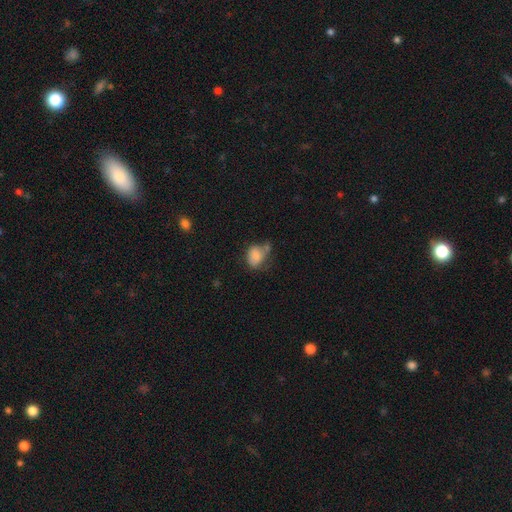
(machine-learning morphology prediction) smooth_or_featured: smooth (p=0.75) [alt: featured or disk p=0.15]
how_rounded: in between (p=0.64) [alt: round p=0.35]
merging: none (p=0.38) [alt: minor disturbance p=0.30]